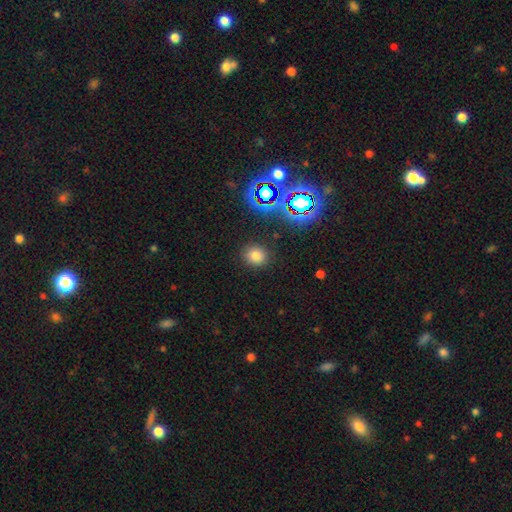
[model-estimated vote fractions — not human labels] Smooth or featured? smooth (75%)
How rounded? round (75%)
Merging? none (89%)